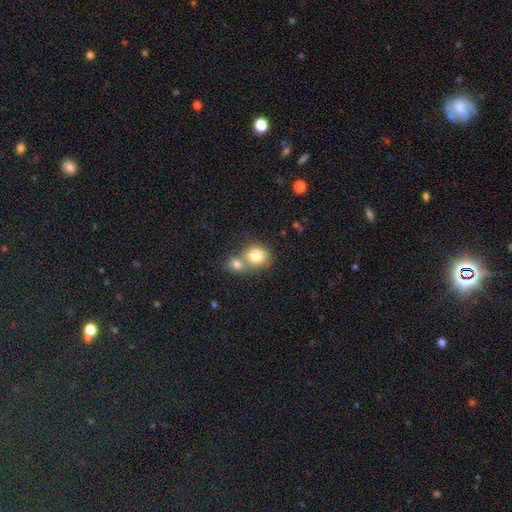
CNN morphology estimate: A smooth galaxy with no disk features (80%) that is round (72%).

Vote fractions:
- Smooth or featured? smooth: 80% / featured or disk: 11% / star or artifact: 9%
- How rounded? round: 72% / in between: 27% / cigar-shaped: 1%
- Merging? merger: 57% / none: 33% / minor disturbance: 7% / major disturbance: 3%